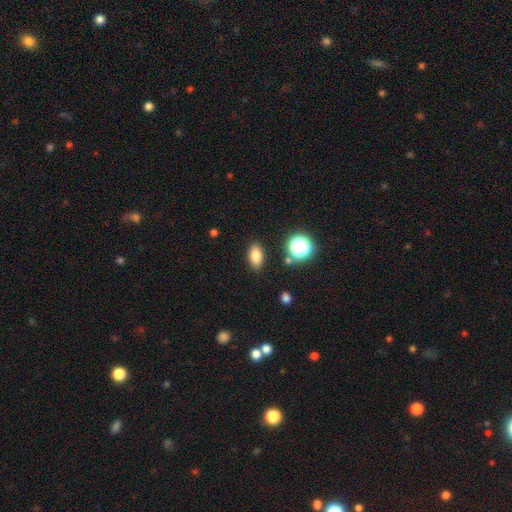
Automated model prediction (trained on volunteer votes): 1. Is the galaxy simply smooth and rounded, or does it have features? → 79% smooth, 12% star or artifact, 9% featured or disk.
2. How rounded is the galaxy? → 85% in between, 10% round, 6% cigar-shaped.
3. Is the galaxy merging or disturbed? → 87% none, 8% minor disturbance, 2% major disturbance, 2% merger.